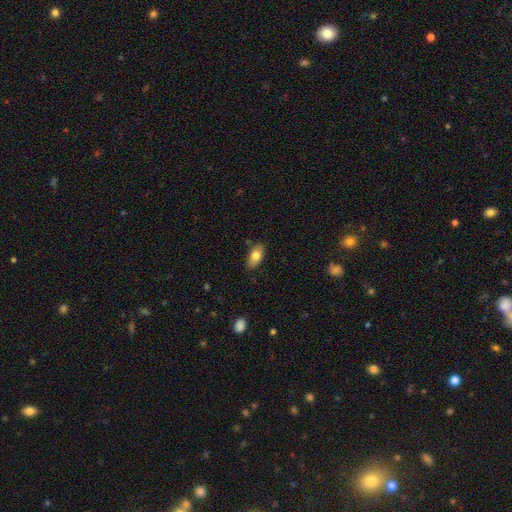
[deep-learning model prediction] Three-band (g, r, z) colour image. It shows a smooth galaxy with no disk features (79%) that is in between round and cigar-shaped (90%). Merging: none (82%).